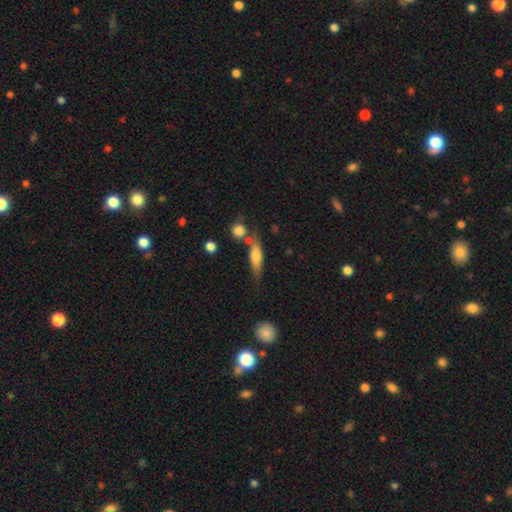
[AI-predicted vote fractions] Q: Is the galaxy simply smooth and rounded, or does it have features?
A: smooth — 60%.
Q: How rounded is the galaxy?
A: cigar-shaped — 64%.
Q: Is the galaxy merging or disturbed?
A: none — 62%.